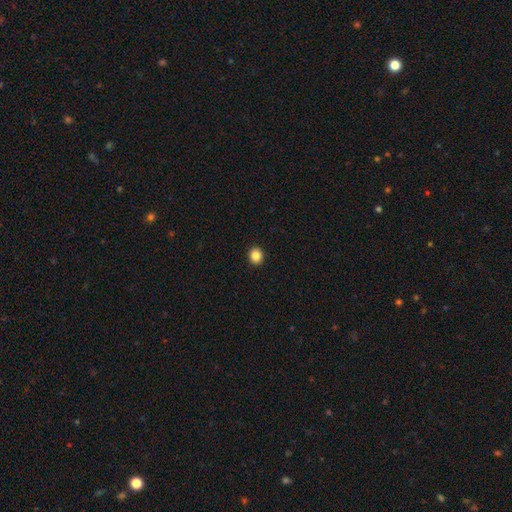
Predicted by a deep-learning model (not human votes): smooth_or_featured: smooth (p=0.86) [alt: star or artifact p=0.10]
how_rounded: round (p=0.77) [alt: in between p=0.22]
merging: none (p=0.93) [alt: minor disturbance p=0.04]